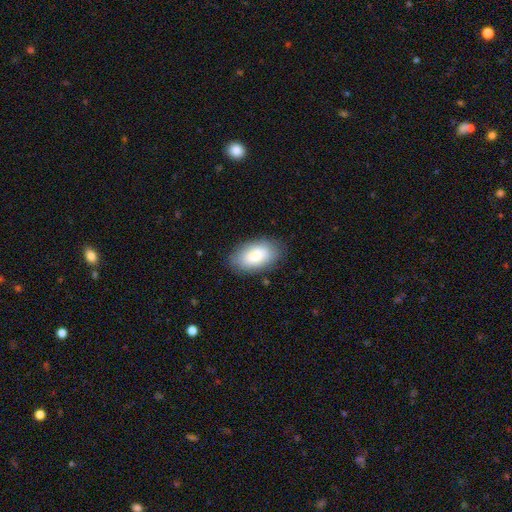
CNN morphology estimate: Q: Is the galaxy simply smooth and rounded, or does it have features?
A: smooth — 83%.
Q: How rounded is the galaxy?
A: in between — 95%.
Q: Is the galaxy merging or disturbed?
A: none — 80%.